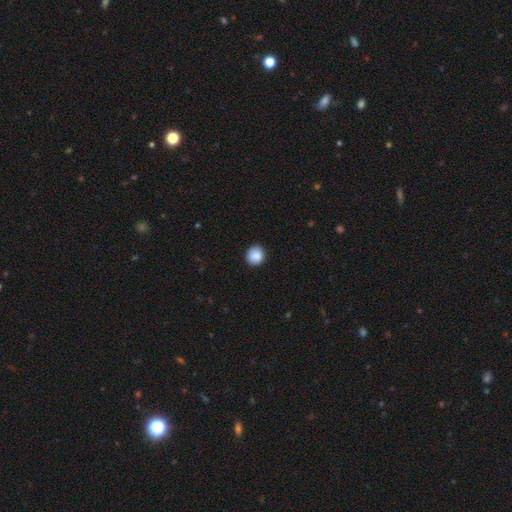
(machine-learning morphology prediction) Smooth or featured? smooth (88%)
How rounded? round (87%)
Merging? none (88%)